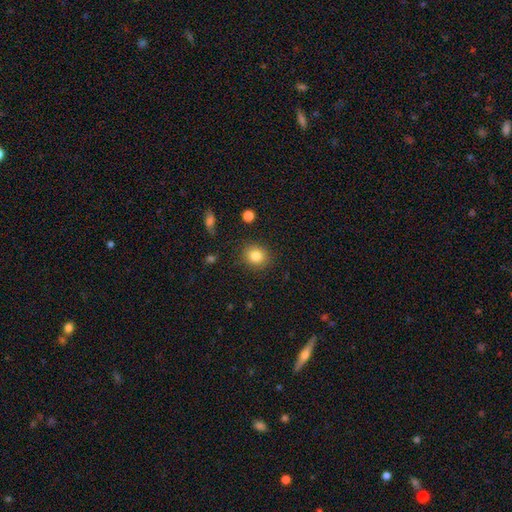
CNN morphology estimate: A smooth galaxy with no disk features (83%) that is round (77%). Merging: none (87%).